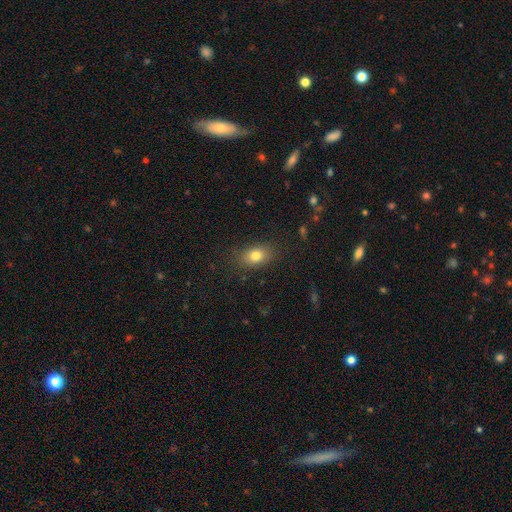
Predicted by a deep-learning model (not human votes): Smooth or featured: smooth — 79% (star or artifact — 11%)
How rounded: in between — 77% (round — 21%)
Merging: none — 83% (minor disturbance — 12%)